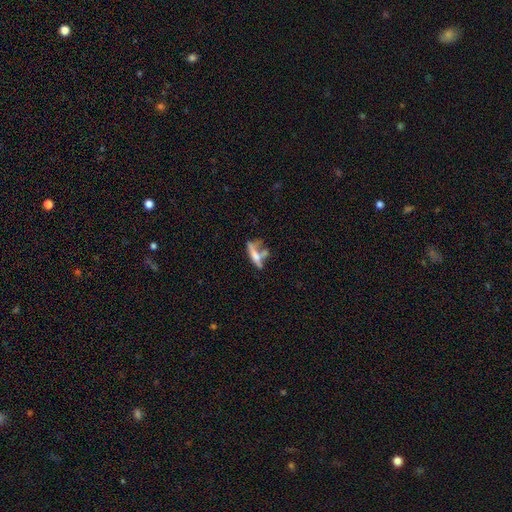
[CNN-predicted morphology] Overall: smooth (48%; featured or disk 42%). Merging: merger (34%; none 33%).